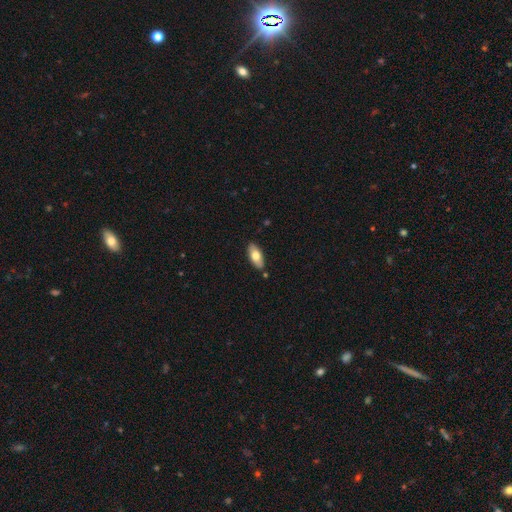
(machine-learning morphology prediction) smooth_or_featured: smooth (p=0.71) [alt: featured or disk p=0.23]
how_rounded: in between (p=0.85) [alt: cigar-shaped p=0.13]
merging: none (p=0.86) [alt: minor disturbance p=0.10]